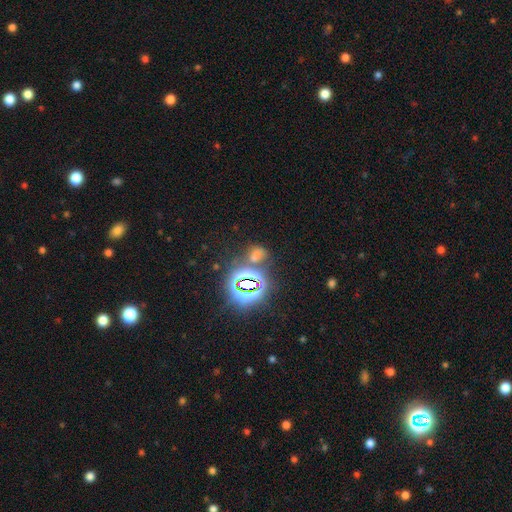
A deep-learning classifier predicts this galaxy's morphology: A star or artifact, not a galaxy (53%).